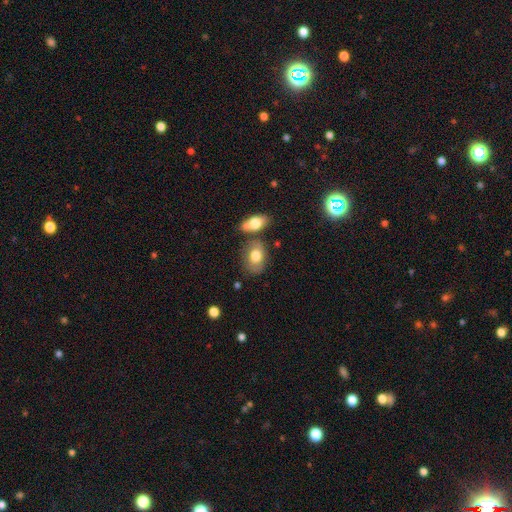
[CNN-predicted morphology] Smooth or featured?
  - smooth: 75% *
  - featured or disk: 18%
  - star or artifact: 7%
How rounded?
  - in between: 81% *
  - round: 18%
  - cigar-shaped: 1%
Merging?
  - none: 60% *
  - merger: 18%
  - minor disturbance: 17%
  - major disturbance: 5%